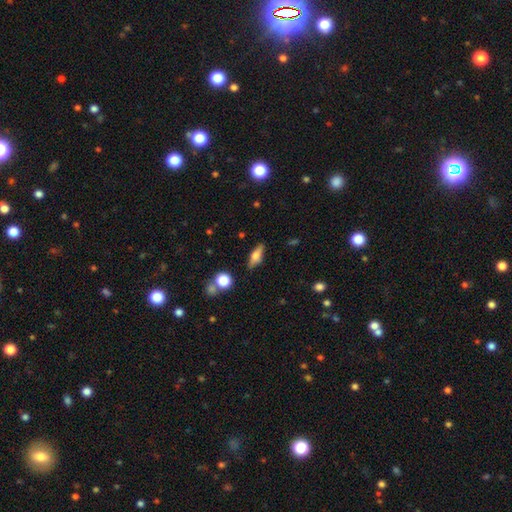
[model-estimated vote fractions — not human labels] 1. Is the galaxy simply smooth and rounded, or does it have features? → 60% smooth, 31% featured or disk, 9% star or artifact.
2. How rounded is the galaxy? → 60% in between, 35% cigar-shaped, 5% round.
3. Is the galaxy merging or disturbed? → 81% none, 13% minor disturbance, 3% major disturbance, 3% merger.